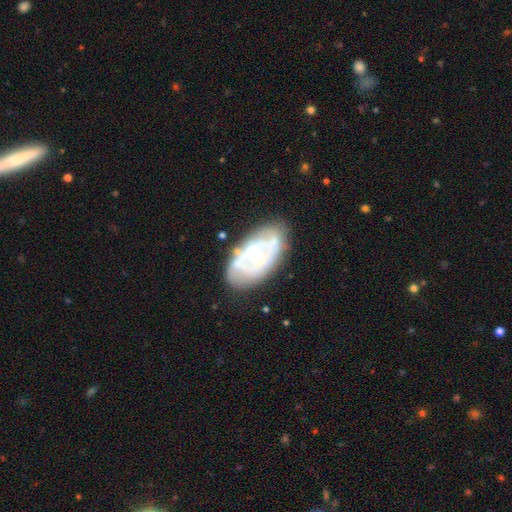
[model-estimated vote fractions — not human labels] Smooth or featured? Predicted: featured or disk (p=0.72). Edge-on disk? Predicted: no (p=0.93). Bar? Predicted: no (p=0.51). Spiral arms? Predicted: no (p=0.50, tied with yes). Bulge size? Predicted: moderate (p=0.50). Merging? Predicted: none (p=0.67).